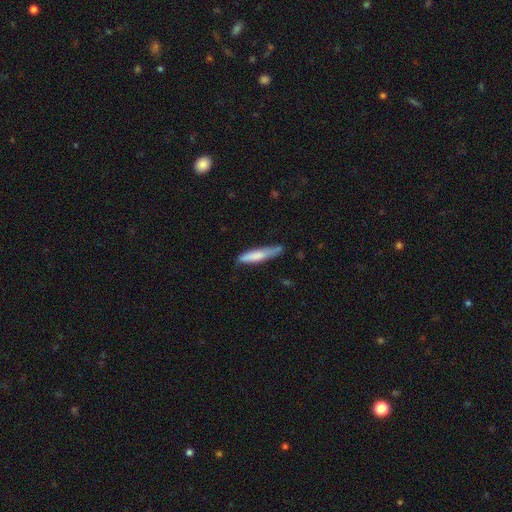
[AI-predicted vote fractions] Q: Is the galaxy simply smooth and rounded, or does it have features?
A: smooth — 73%.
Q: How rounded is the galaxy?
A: cigar-shaped — 85%.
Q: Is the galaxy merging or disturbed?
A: none — 60%.